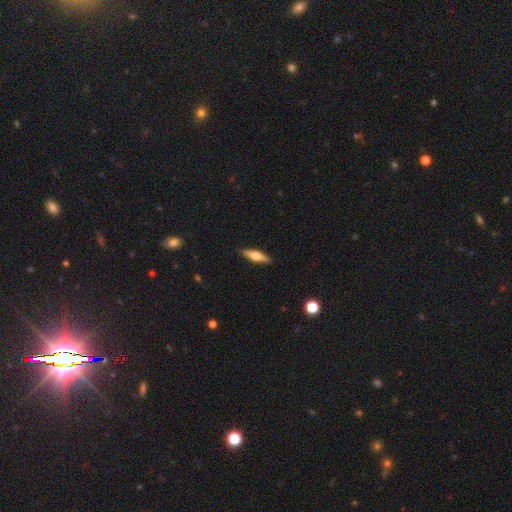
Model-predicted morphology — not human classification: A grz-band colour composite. It shows a smooth galaxy with no disk features (47%, tied with featured or disk). Merging: none (90%).